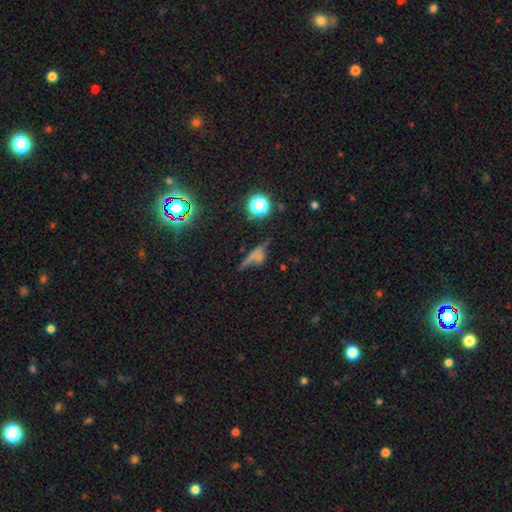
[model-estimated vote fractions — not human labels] The model was most divided on "smooth or featured": smooth: 41%, featured or disk: 33%, star or artifact: 26%. More confident: merging — none (51%).